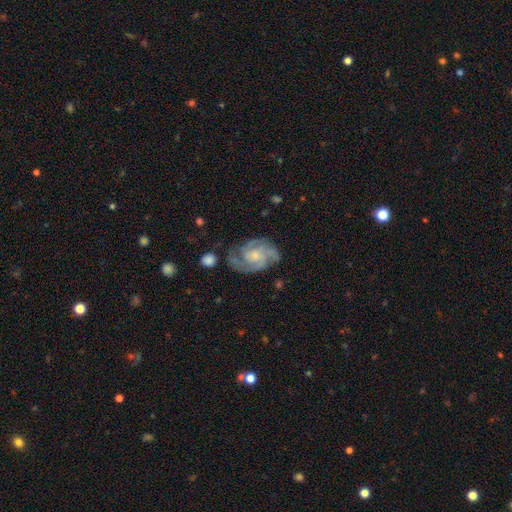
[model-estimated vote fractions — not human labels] featured or disk 87%, smooth 8%, star or artifact 5%. Down the decision tree: edge-on disk — no (98%); bar — no (66%); spiral arms — yes (97%); spiral arm count — 3 (41%); spiral winding — tight (50%); bulge size — small (54%); merging — none (70%).